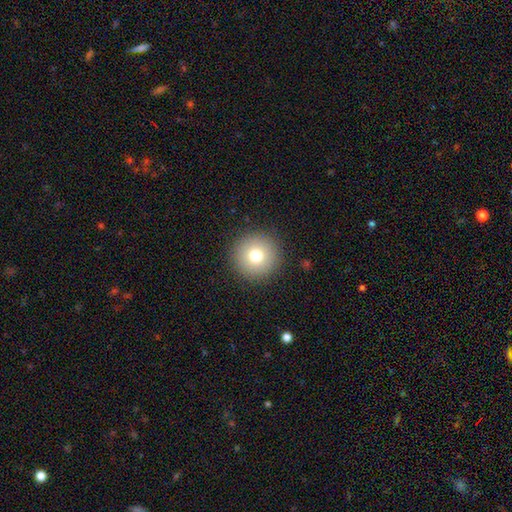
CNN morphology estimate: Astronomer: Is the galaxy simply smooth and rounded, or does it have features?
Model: smooth — 77%.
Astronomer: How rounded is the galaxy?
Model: round — 97%.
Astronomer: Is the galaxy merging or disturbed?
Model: none — 92%.